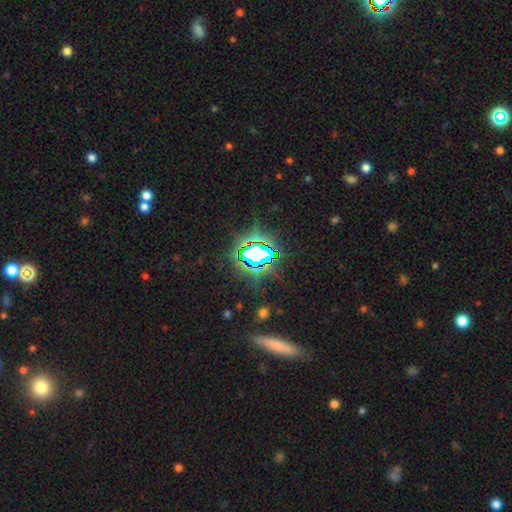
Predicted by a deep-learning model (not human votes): A star or artifact, not a galaxy (76%).